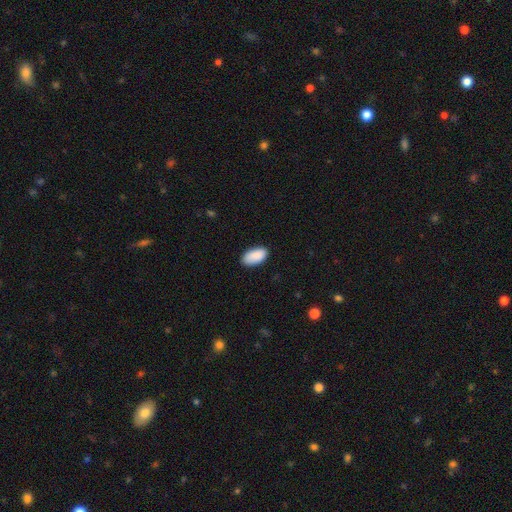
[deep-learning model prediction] Smooth or featured: smooth — 90% (star or artifact — 6%)
How rounded: in between — 96% (round — 2%)
Merging: none — 84% (minor disturbance — 13%)